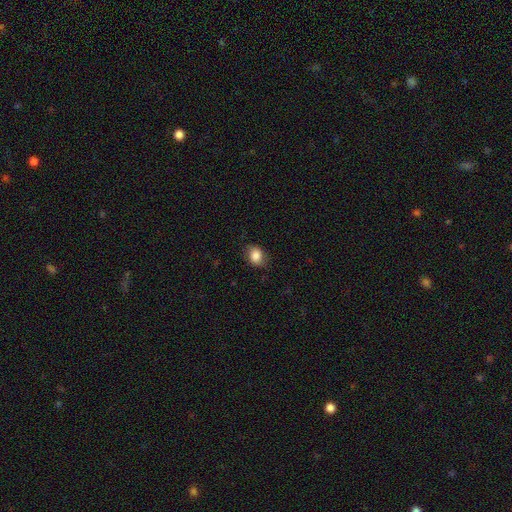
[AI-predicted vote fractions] A smooth galaxy with no disk features (83%) that is in between round and cigar-shaped (57%).

Vote fractions:
- Smooth or featured? smooth: 83% / star or artifact: 9% / featured or disk: 8%
- How rounded? in between: 57% / round: 41% / cigar-shaped: 1%
- Merging? none: 76% / minor disturbance: 18% / major disturbance: 4% / merger: 1%